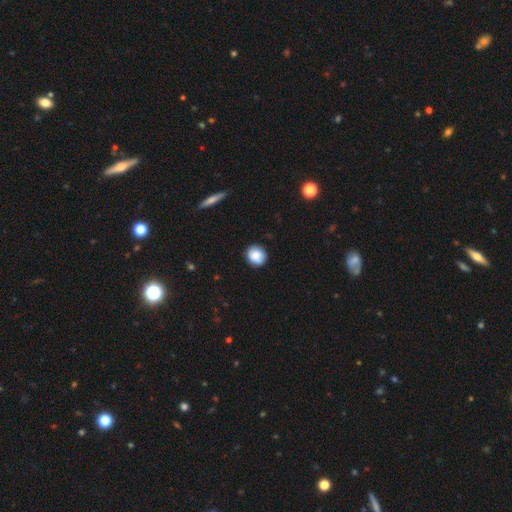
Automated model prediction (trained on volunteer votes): Smooth or featured? Predicted: smooth (p=0.83). How rounded? Predicted: round (p=0.84). Merging? Predicted: none (p=0.85).